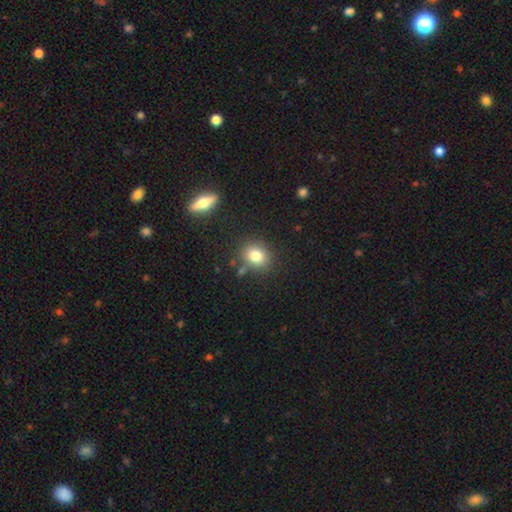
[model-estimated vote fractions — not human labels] Smooth or featured? smooth (80%)
How rounded? round (63%)
Merging? none (79%)